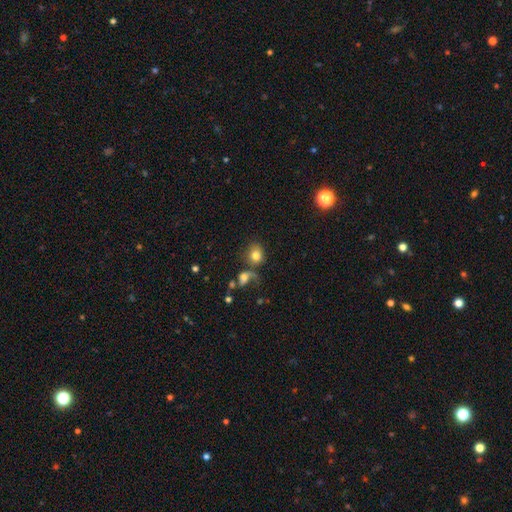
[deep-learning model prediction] Smooth or featured? Predicted: smooth (p=0.77). How rounded? Predicted: round (p=0.65). Merging? Predicted: none (p=0.50).